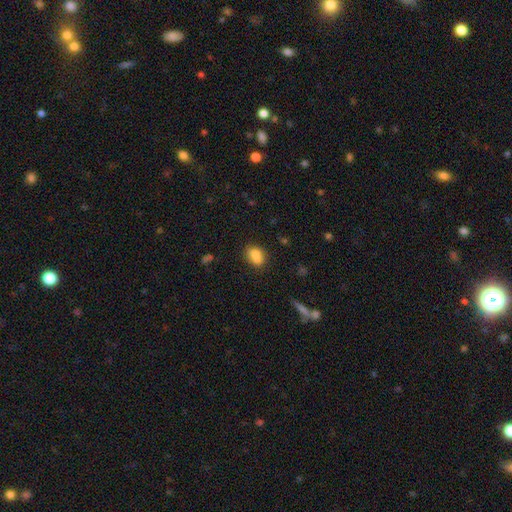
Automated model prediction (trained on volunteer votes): smooth 77%, featured or disk 13%, star or artifact 10%. Down the decision tree: how rounded — in between (65%); merging — none (45%).